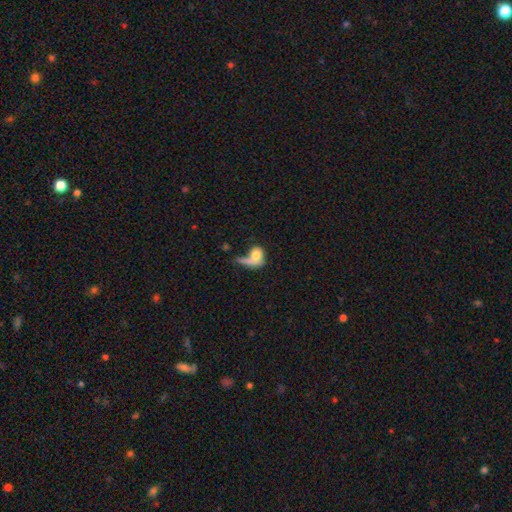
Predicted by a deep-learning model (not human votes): Smooth or featured? smooth (65%)
How rounded? in between (49%)
Merging? major disturbance (37%)